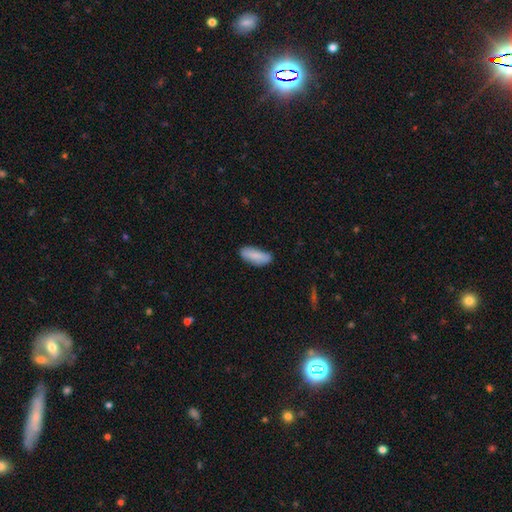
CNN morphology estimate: smooth 84%, featured or disk 10%, star or artifact 6%. Down the decision tree: how rounded — in between (74%); merging — none (80%).